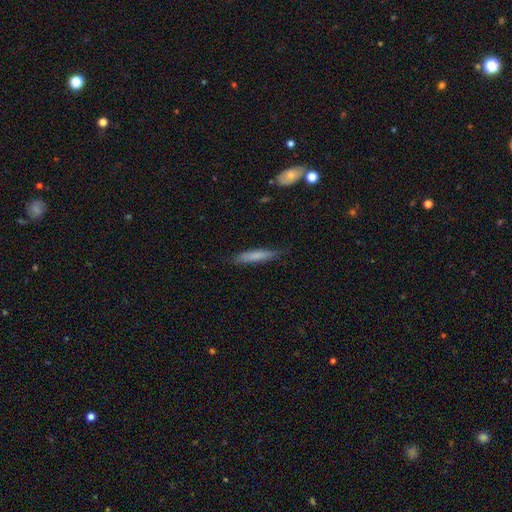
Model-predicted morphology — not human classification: Smooth or featured?
  - smooth: 72% *
  - featured or disk: 21%
  - star or artifact: 6%
How rounded?
  - cigar-shaped: 91% *
  - in between: 8%
  - round: 1%
Merging?
  - none: 82% *
  - minor disturbance: 14%
  - major disturbance: 3%
  - merger: 1%